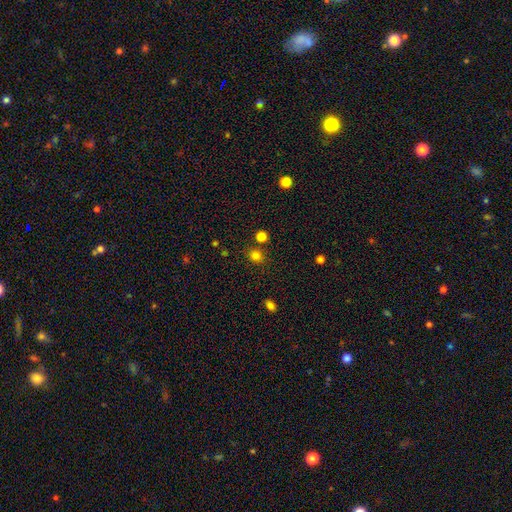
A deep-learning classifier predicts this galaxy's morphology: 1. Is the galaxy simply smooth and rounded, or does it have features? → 80% smooth, 15% star or artifact, 4% featured or disk.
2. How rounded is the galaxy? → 80% round, 19% in between, 1% cigar-shaped.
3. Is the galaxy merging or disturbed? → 79% none, 10% merger, 9% minor disturbance, 3% major disturbance.